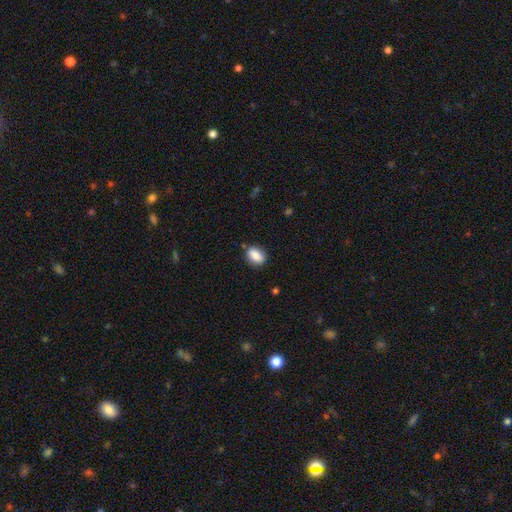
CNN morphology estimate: This is clearly a smooth galaxy (85%). How rounded: likely in between (79%). Merging: clearly none (82%).